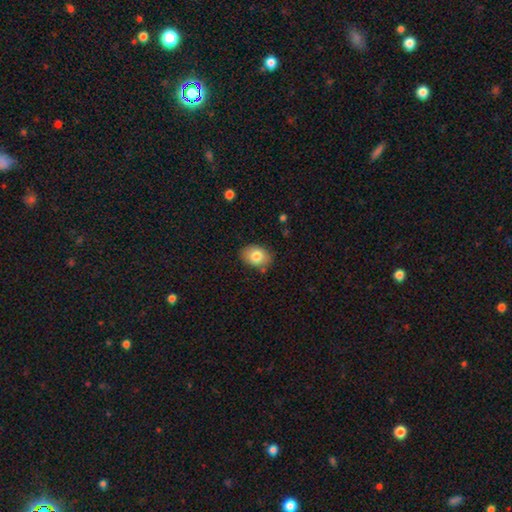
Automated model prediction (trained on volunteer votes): Morphology: type=smooth (81%); roundness=in between (72%); merging=none (83%).